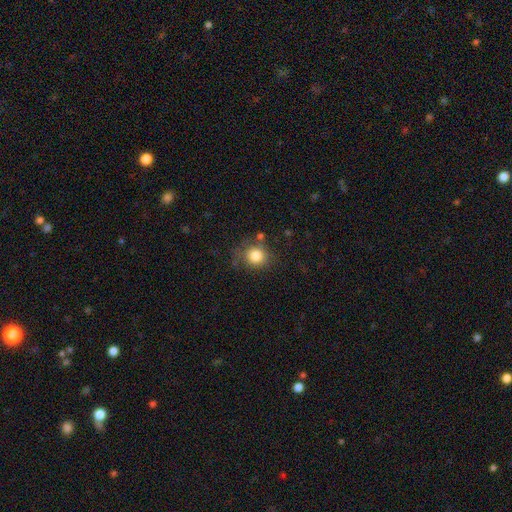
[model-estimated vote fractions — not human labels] Smooth or featured: smooth — 82% (star or artifact — 11%)
How rounded: round — 86% (in between — 13%)
Merging: none — 73% (minor disturbance — 16%)